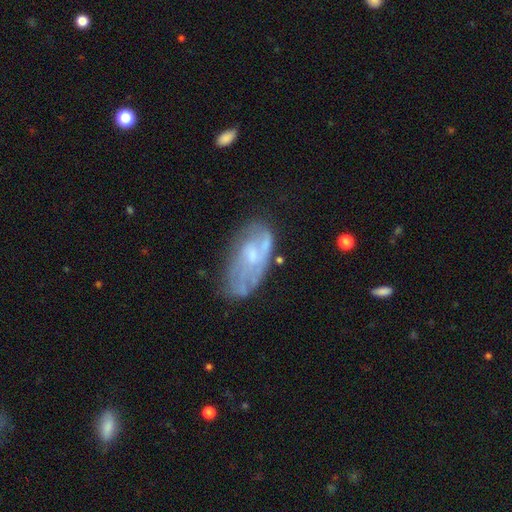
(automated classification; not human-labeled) Q: Smooth or featured?
A: featured or disk (60%); runner-up: smooth (31%)
Q: Edge-on disk?
A: no (92%); runner-up: yes (8%)
Q: Bar?
A: no (69%); runner-up: weak (26%)
Q: Spiral arms?
A: yes (50%); tied with: no (50%)
Q: Bulge size?
A: small (48%); runner-up: moderate (31%)
Q: Merging?
A: none (54%); runner-up: minor disturbance (26%)